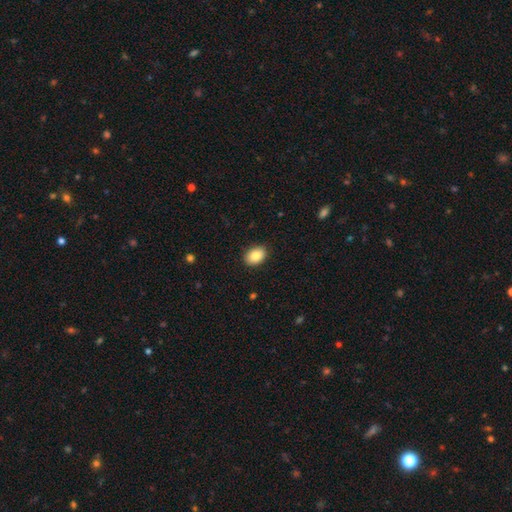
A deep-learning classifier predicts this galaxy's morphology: Smooth or featured? smooth (88%)
How rounded? in between (77%)
Merging? none (89%)